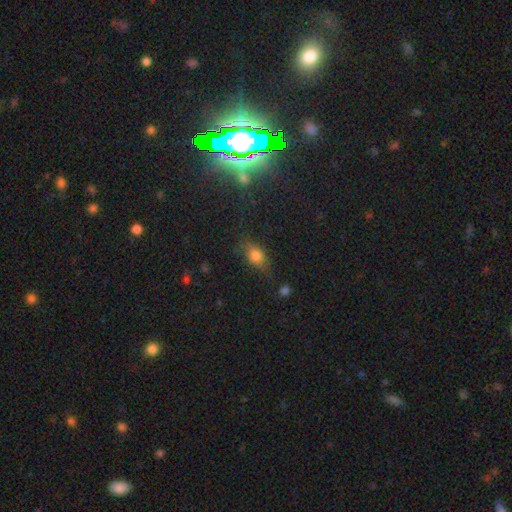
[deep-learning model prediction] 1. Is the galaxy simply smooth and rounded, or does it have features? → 71% smooth, 15% star or artifact, 14% featured or disk.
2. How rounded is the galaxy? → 77% in between, 15% round, 8% cigar-shaped.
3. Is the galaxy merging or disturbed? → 70% none, 21% minor disturbance, 7% major disturbance, 2% merger.